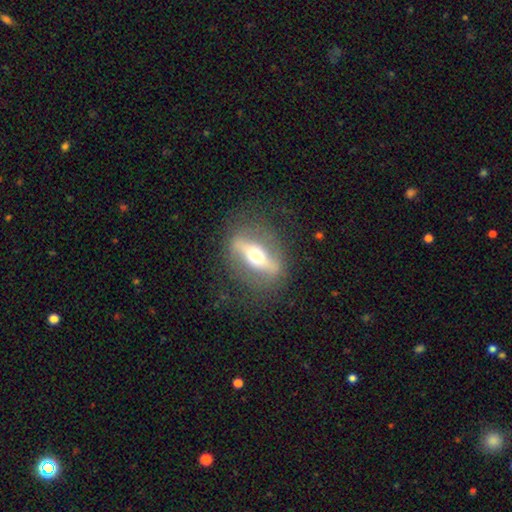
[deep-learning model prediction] Smooth or featured: featured or disk — 69% (smooth — 24%)
Edge-on disk: yes — 54% (no — 46%)
Merging: none — 78% (minor disturbance — 12%)